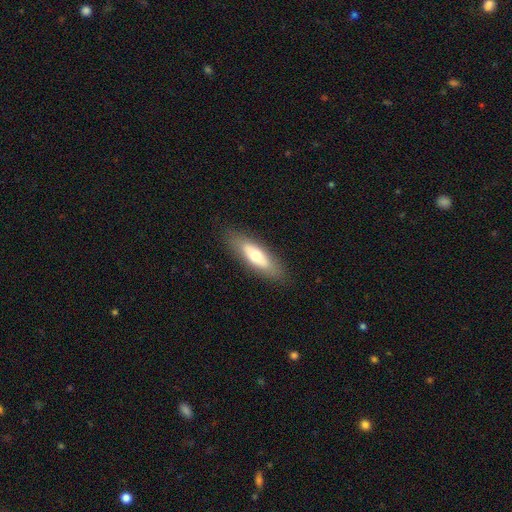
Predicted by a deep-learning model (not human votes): A smooth galaxy with no disk features (59%) that is in between round and cigar-shaped (54%).

Vote fractions:
- Smooth or featured? smooth: 59% / featured or disk: 35% / star or artifact: 6%
- How rounded? in between: 54% / cigar-shaped: 43% / round: 2%
- Merging? none: 85% / minor disturbance: 11% / major disturbance: 3% / merger: 1%